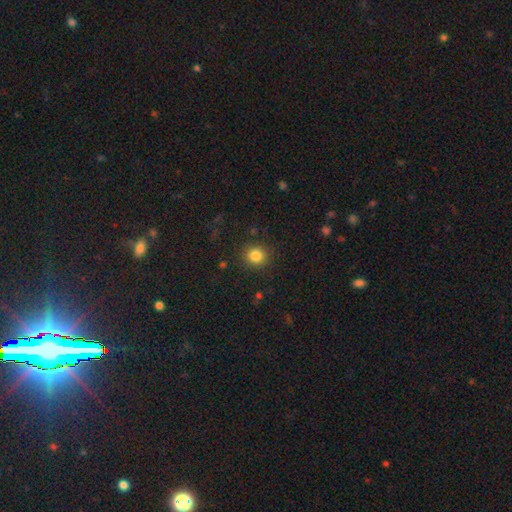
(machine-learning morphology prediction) A smooth galaxy with no disk features (84%) that is round (88%). Merging: none (89%).